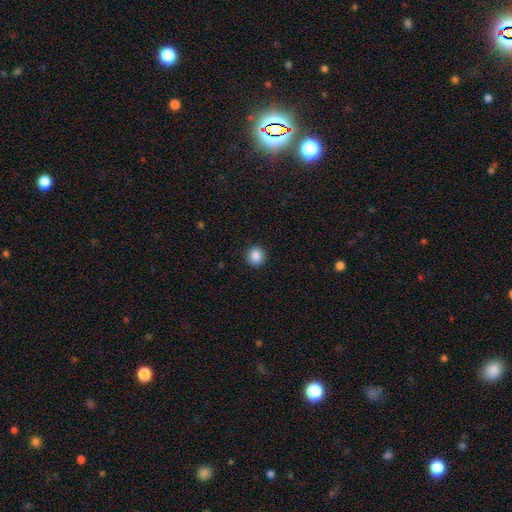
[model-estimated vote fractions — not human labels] Q: Smooth or featured?
A: smooth (87%); runner-up: star or artifact (9%)
Q: How rounded?
A: round (84%); runner-up: in between (15%)
Q: Merging?
A: none (91%); runner-up: minor disturbance (6%)